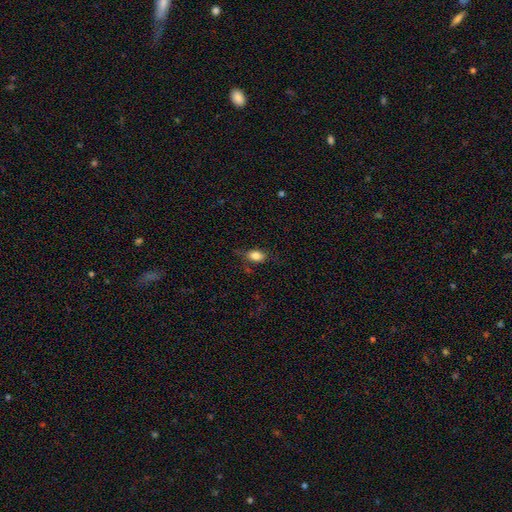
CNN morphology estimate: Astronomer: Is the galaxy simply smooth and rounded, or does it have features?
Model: smooth — 82%.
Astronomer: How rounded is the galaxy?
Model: in between — 81%.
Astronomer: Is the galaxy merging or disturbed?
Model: none — 71%.